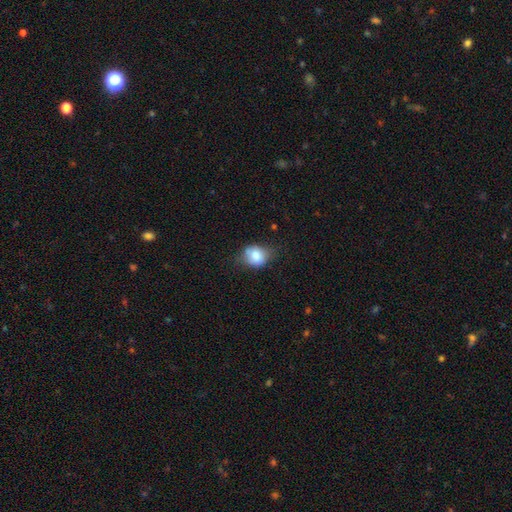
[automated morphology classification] The model was most divided on "how rounded": round: 57%, in between: 42%, cigar-shaped: 1%. More confident: smooth or featured — smooth (77%); merging — none (57%).